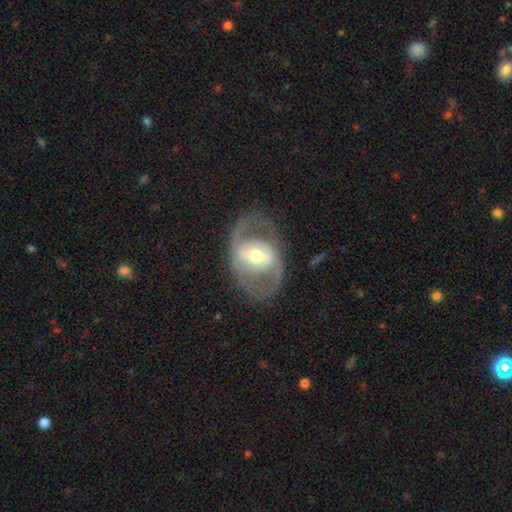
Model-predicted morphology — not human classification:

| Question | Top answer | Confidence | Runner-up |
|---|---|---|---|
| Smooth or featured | featured or disk | 77% | smooth (18%) |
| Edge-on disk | no | 93% | yes (7%) |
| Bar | weak | 37% | strong (34%) |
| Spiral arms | yes | 55% | no (45%) |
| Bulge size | moderate | 70% | large (15%) |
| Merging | none | 72% | minor disturbance (14%) |